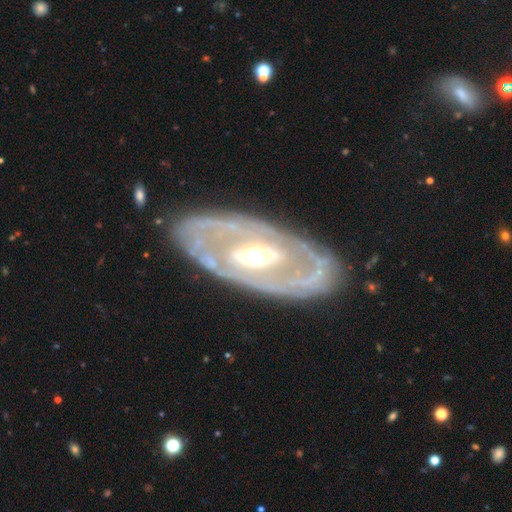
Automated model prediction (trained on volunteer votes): This appears to be a featured or disk galaxy (84%) with no bar (41%), 2 (48%) tight (59%) spiral arms (68%) and a moderate central bulge (71%). Merging: none (80%).